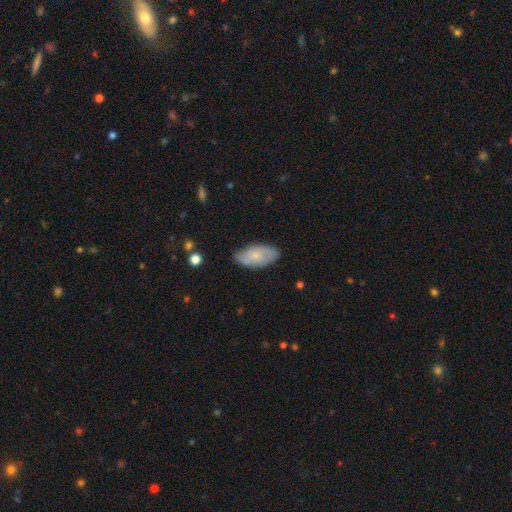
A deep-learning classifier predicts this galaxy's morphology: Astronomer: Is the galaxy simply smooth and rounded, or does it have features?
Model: smooth — 50% (runner-up: featured or disk, 43%).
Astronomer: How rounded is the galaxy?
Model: in between — 92%.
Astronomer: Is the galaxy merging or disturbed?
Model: none — 74%.